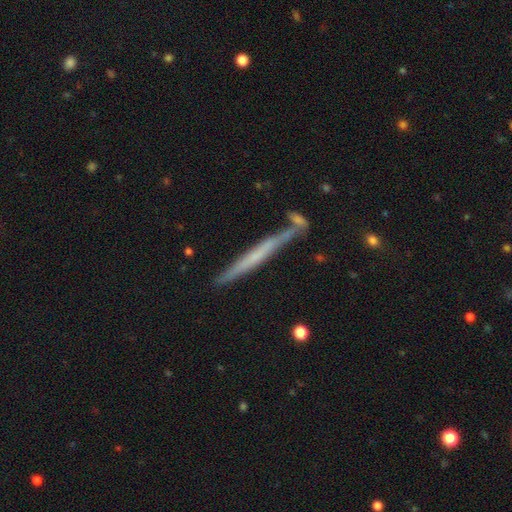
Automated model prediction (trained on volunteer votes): A featured or disk galaxy (54%) viewed edge-on (96%) with no central bulge (78%).

Vote fractions:
- Smooth or featured? featured or disk: 54% / smooth: 40% / star or artifact: 7%
- Edge-on disk? yes: 96% / no: 4%
- Edge-on bulge? none: 78% / rounded: 15% / boxy: 7%
- Merging? none: 76% / minor disturbance: 12% / merger: 9% / major disturbance: 3%